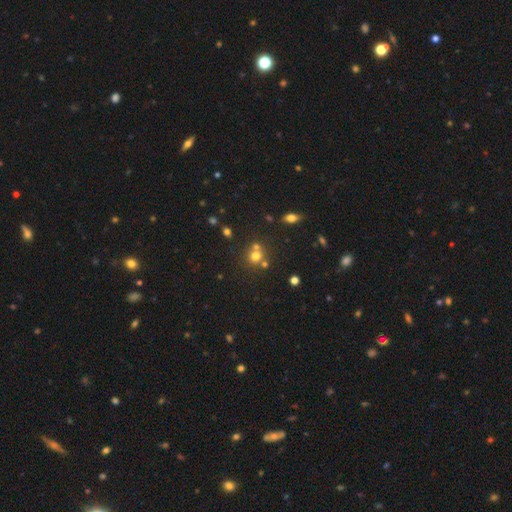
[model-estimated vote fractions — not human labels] Smooth or featured: smooth — 68% (star or artifact — 20%)
How rounded: round — 85% (in between — 14%)
Merging: none — 54% (merger — 34%)